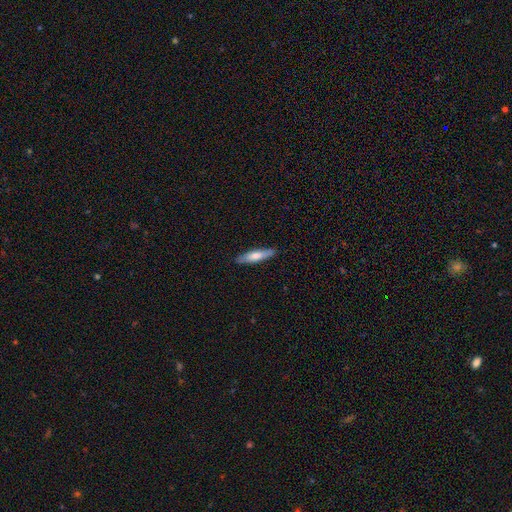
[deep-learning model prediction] Smooth or featured? Predicted: smooth (p=0.61). How rounded? Predicted: cigar-shaped (p=0.79). Merging? Predicted: none (p=0.87).